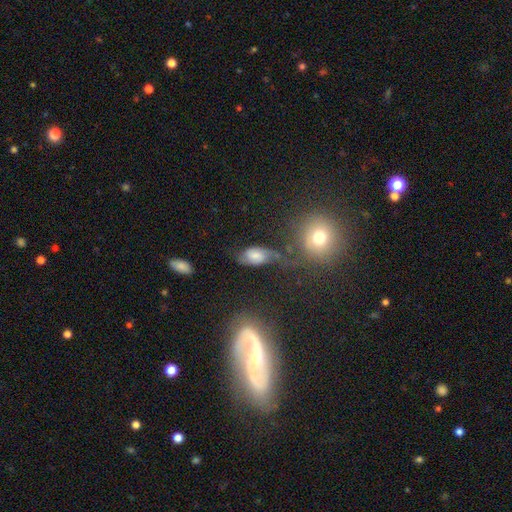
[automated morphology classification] The model was most divided on "smooth or featured": smooth: 48%, featured or disk: 39%, star or artifact: 13%. Remaining: merging — none (45%).